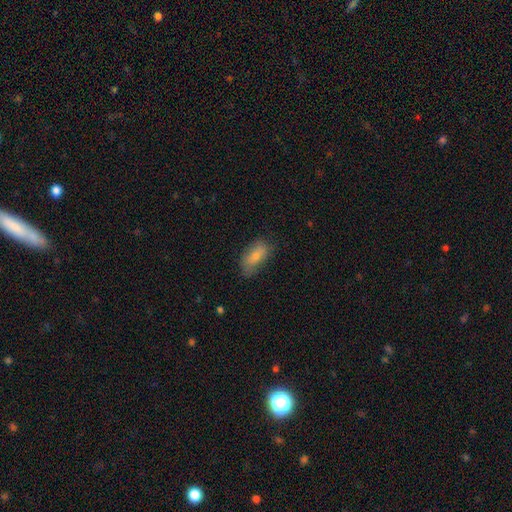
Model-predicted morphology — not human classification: Smooth or featured: smooth — 75% (featured or disk — 18%)
How rounded: in between — 88% (cigar-shaped — 9%)
Merging: none — 66% (minor disturbance — 25%)